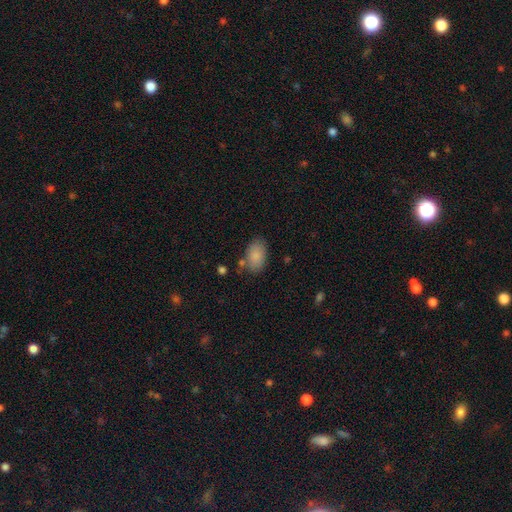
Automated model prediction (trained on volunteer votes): This is clearly a smooth galaxy (86%). How rounded: clearly in between (92%). Merging: likely none (73%).